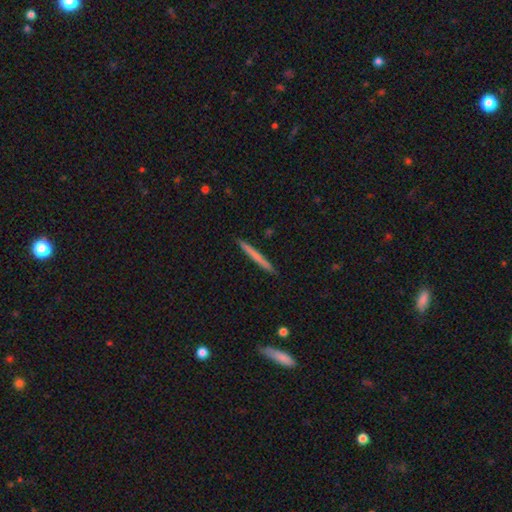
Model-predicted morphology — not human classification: This appears to be a smooth galaxy with no disk features (64%) that is cigar-shaped (97%). Merging: none (92%).